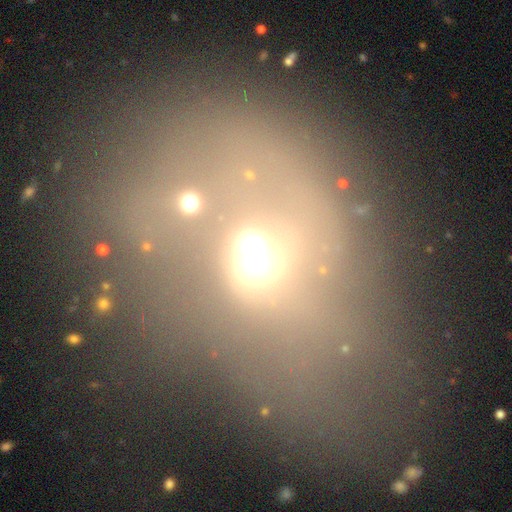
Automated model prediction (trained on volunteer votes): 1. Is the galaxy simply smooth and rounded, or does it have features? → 43% smooth, 30% featured or disk, 27% star or artifact.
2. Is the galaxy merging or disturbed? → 37% none, 23% major disturbance, 22% merger, 18% minor disturbance.